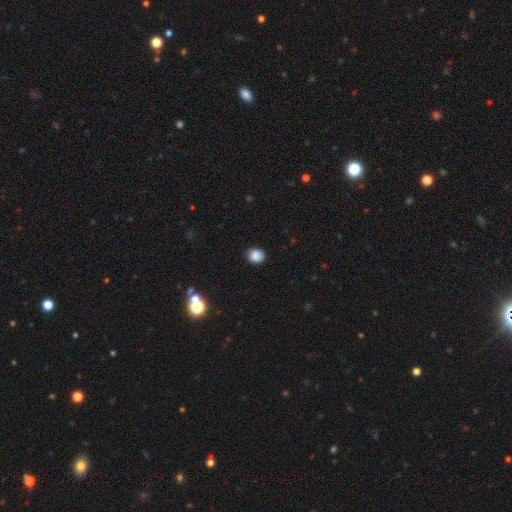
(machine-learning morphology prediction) type=smooth (86%); roundness=round (72%); merging=none (88%).